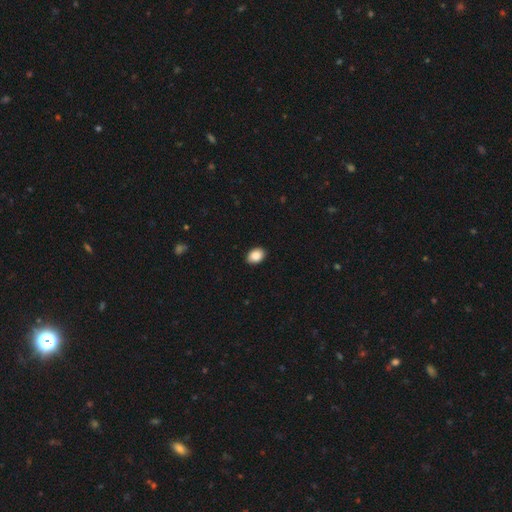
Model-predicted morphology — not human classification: This is clearly a smooth galaxy (89%). How rounded: likely in between (77%). Merging: clearly none (90%).